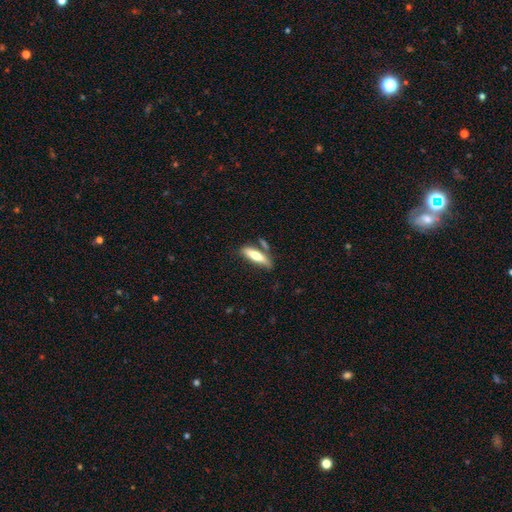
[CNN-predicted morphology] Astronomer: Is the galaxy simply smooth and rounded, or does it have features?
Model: smooth — 66%.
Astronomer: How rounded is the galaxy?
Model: cigar-shaped — 63%.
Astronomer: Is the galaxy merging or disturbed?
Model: none — 63%.